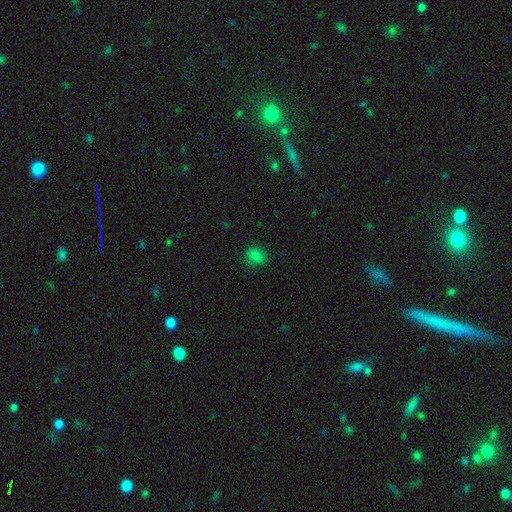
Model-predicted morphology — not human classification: A smooth galaxy with no disk features (81%) that is round (67%).

Vote fractions:
- Smooth or featured? smooth: 81% / star or artifact: 14% / featured or disk: 5%
- How rounded? round: 67% / in between: 32% / cigar-shaped: 1%
- Merging? none: 84% / minor disturbance: 12% / major disturbance: 3% / merger: 1%